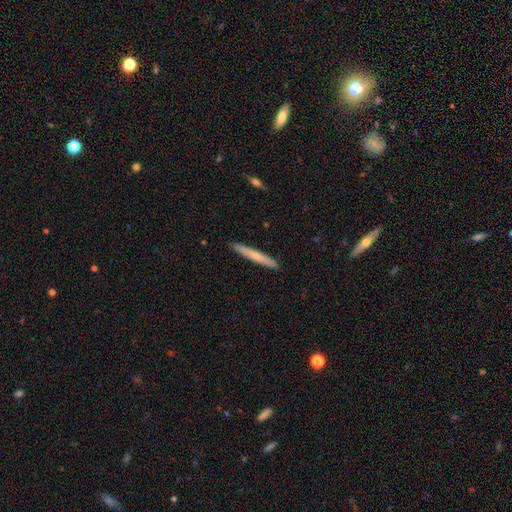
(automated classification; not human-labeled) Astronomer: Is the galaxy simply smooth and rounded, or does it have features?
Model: smooth — 60%.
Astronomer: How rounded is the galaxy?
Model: cigar-shaped — 96%.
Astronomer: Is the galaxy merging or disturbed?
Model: none — 91%.